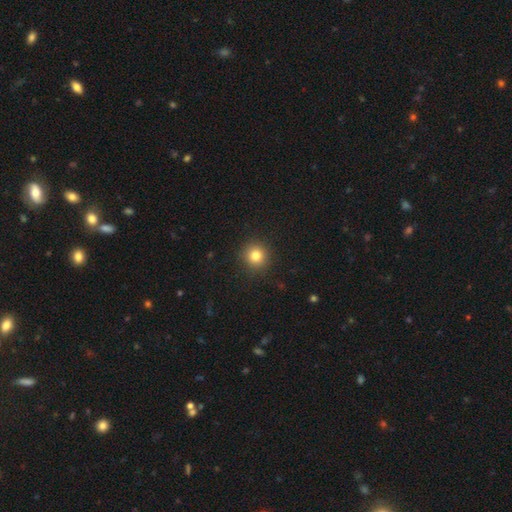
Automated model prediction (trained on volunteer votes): The model was most divided on "smooth or featured": smooth: 81%, star or artifact: 12%, featured or disk: 6%. More confident: how rounded — round (94%); merging — none (92%).